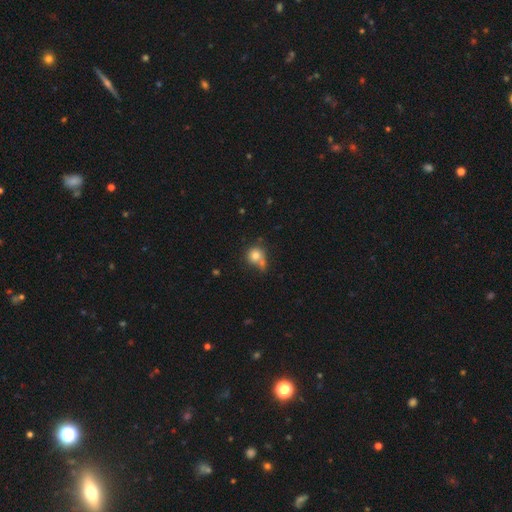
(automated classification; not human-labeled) A smooth galaxy with no disk features (79%) that is round (86%).

Vote fractions:
- Smooth or featured? smooth: 79% / featured or disk: 11% / star or artifact: 10%
- How rounded? round: 86% / in between: 13% / cigar-shaped: 1%
- Merging? none: 47% / merger: 25% / minor disturbance: 18% / major disturbance: 10%